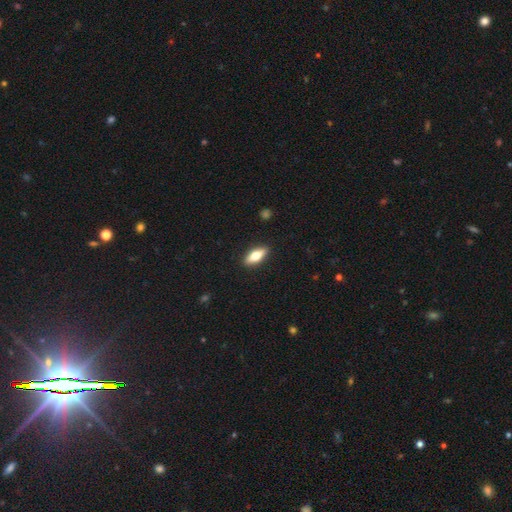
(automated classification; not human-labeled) Smooth or featured? smooth (63%)
How rounded? in between (68%)
Merging? none (90%)